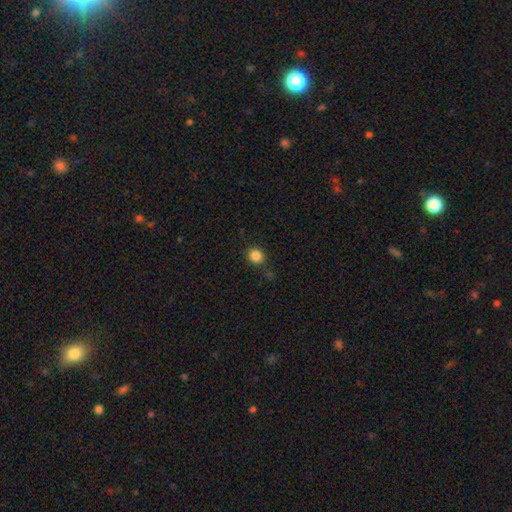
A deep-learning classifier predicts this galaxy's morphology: smooth-or-featured: smooth: 85% | star or artifact: 11% | featured or disk: 4%
  how-rounded: round: 81% | in between: 18% | cigar-shaped: 1%
  merging: none: 83% | minor disturbance: 11% | major disturbance: 3% | merger: 3%